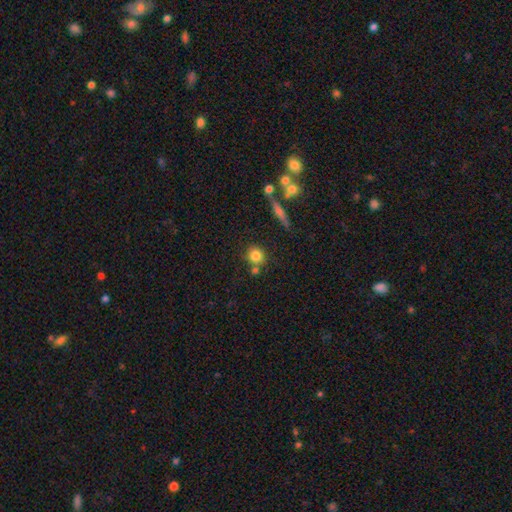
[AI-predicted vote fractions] A smooth galaxy with no disk features (80%) that is round (85%).

Vote fractions:
- Smooth or featured? smooth: 80% / star or artifact: 10% / featured or disk: 10%
- How rounded? round: 85% / in between: 12% / cigar-shaped: 2%
- Merging? none: 69% / merger: 17% / minor disturbance: 10% / major disturbance: 3%